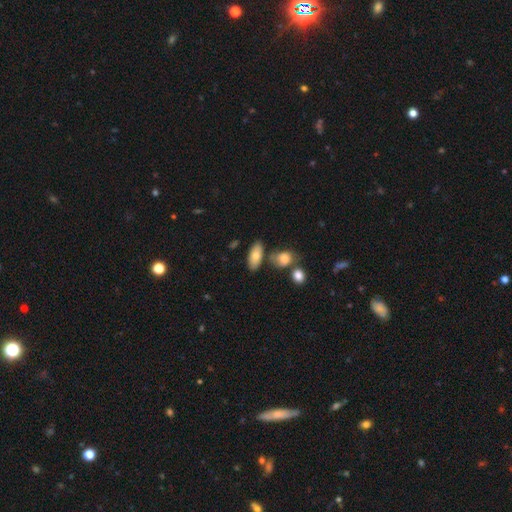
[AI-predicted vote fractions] Smooth or featured? Predicted: smooth (p=0.74). How rounded? Predicted: in between (p=0.86). Merging? Predicted: none (p=0.68).